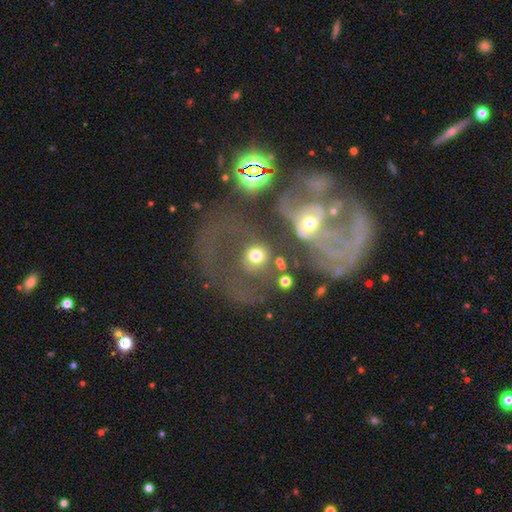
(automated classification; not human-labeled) A smooth galaxy with no disk features (51%) that is round (72%). Merging: merger (36%).